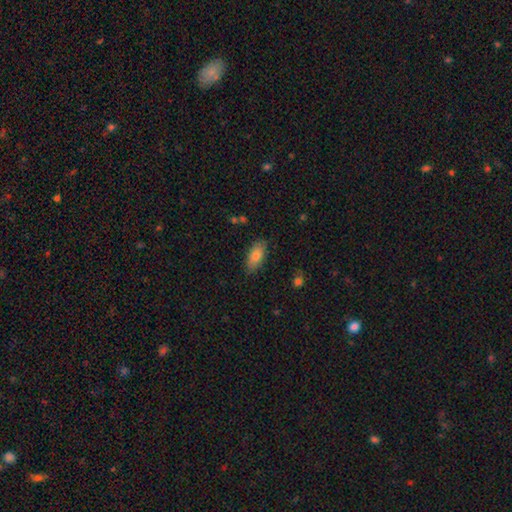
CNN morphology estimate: A smooth galaxy with no disk features (81%) that is in between round and cigar-shaped (88%). Merging: none (82%).